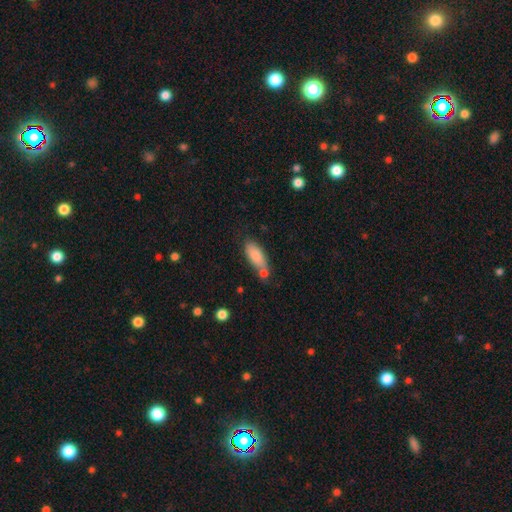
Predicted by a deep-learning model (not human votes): This is clearly a smooth galaxy (83%). How rounded: likely in between (75%). Merging: possibly none (51%).